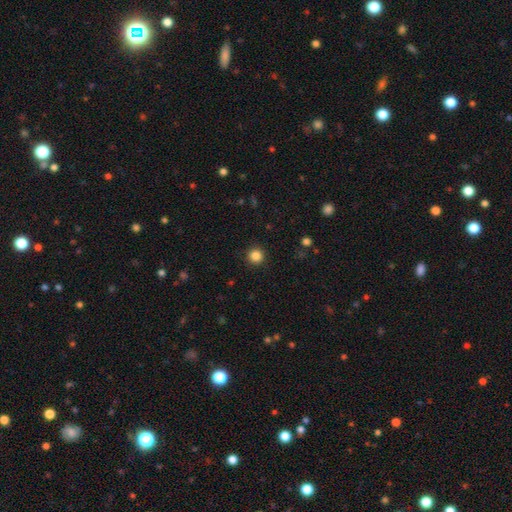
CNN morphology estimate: smooth-or-featured: smooth: 85% | star or artifact: 12% | featured or disk: 4%
  how-rounded: round: 95% | in between: 4% | cigar-shaped: 1%
  merging: none: 92% | minor disturbance: 5% | major disturbance: 2% | merger: 1%